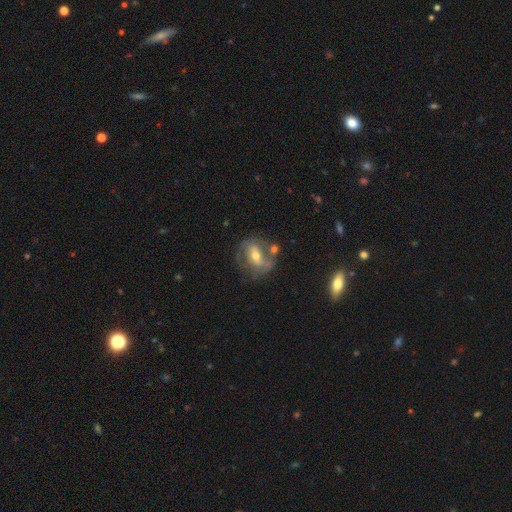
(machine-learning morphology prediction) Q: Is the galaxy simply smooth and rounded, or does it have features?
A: featured or disk — 77%.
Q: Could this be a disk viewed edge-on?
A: no — 96%.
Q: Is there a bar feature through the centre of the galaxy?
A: weak — 40%.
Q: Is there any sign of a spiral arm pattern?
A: yes — 83%.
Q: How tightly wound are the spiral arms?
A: medium — 46%.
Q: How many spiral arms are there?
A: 2 — 68%.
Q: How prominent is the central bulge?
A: moderate — 63%.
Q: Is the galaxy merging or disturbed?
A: none — 54%.